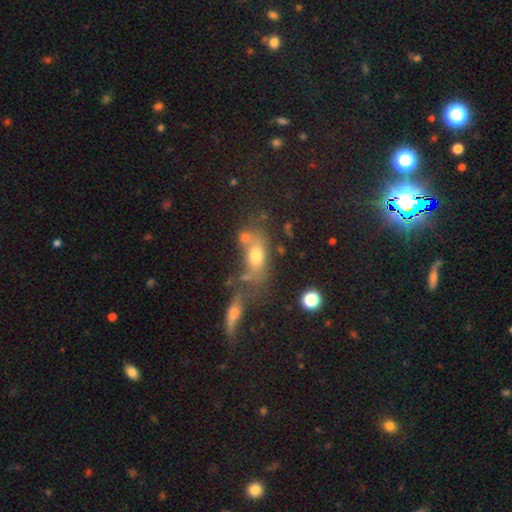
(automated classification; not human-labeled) smooth-or-featured: smooth: 57% | featured or disk: 24% | star or artifact: 19%
  how-rounded: in between: 73% | round: 16% | cigar-shaped: 12%
  merging: none: 42% | merger: 32% | minor disturbance: 15% | major disturbance: 11%